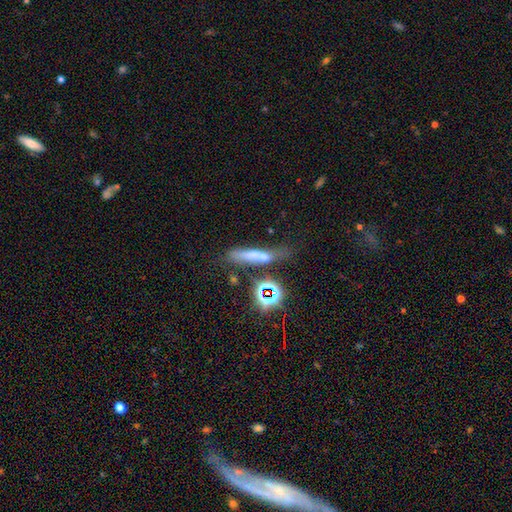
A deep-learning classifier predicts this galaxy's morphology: smooth 55%, star or artifact 23%, featured or disk 22%. Down the decision tree: how rounded — cigar-shaped (79%); merging — none (57%).